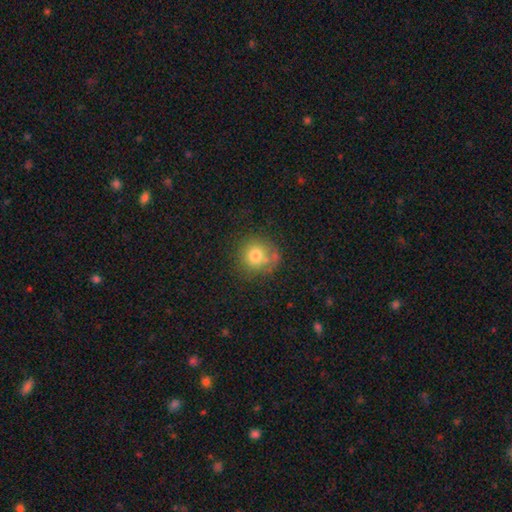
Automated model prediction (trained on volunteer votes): A smooth galaxy with no disk features (75%) that is round (89%). Merging: none (62%).